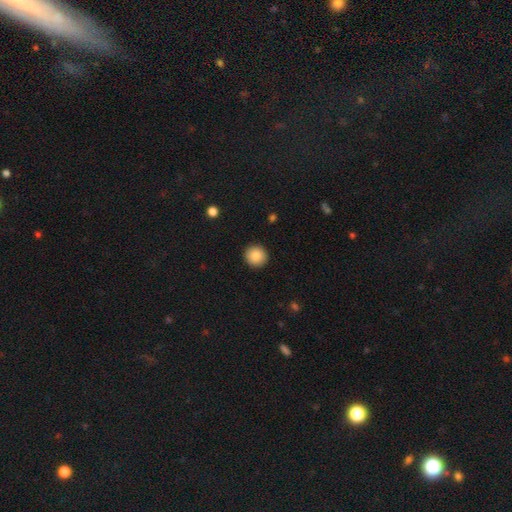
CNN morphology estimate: A smooth galaxy with no disk features (87%) that is round (94%). Merging: none (92%).